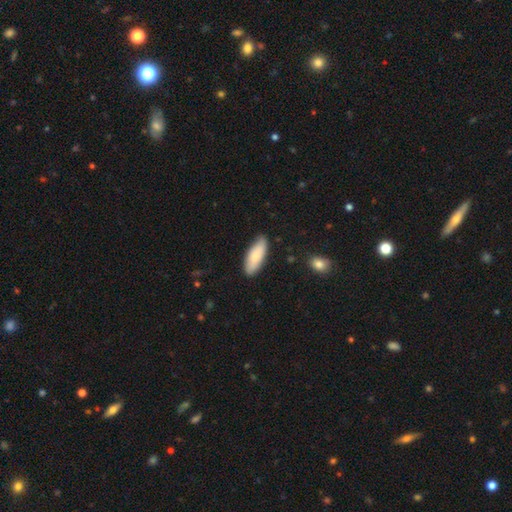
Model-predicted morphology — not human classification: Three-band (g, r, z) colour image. It shows a smooth galaxy with no disk features (83%) that is in between round and cigar-shaped (71%). Merging: none (83%).